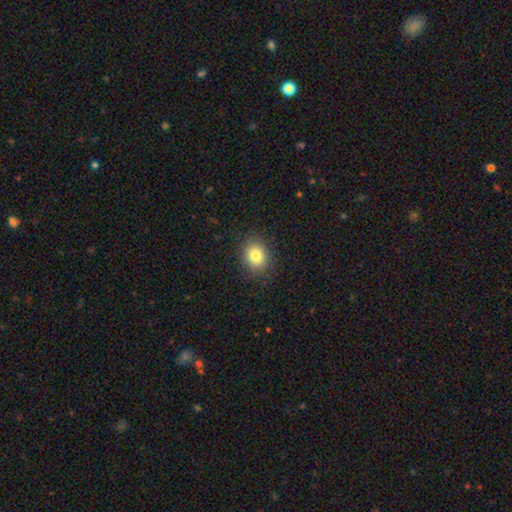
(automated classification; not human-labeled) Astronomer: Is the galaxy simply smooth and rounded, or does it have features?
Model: smooth — 82%.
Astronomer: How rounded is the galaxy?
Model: round — 62% (runner-up: in between, 37%).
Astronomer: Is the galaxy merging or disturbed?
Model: none — 87%.